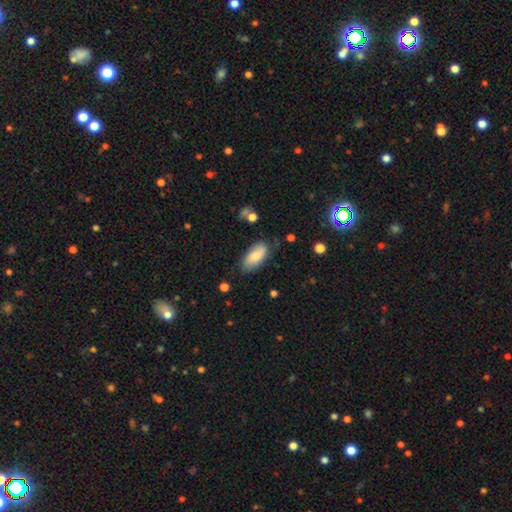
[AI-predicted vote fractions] Smooth or featured? Predicted: smooth (p=0.75). How rounded? Predicted: in between (p=0.90). Merging? Predicted: none (p=0.72).